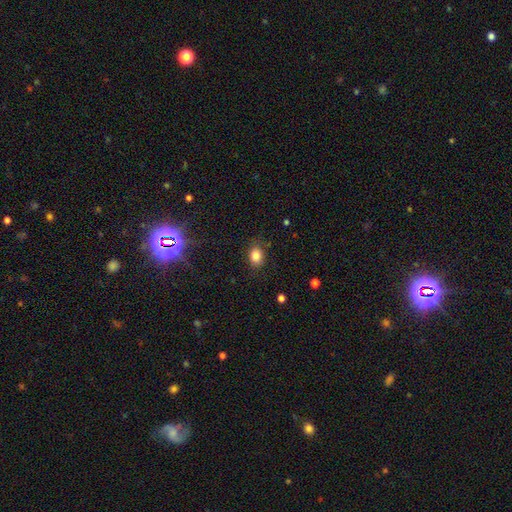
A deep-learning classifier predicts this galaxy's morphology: Overall: smooth (83%). How rounded: in between (64%; round 35%). Merging: none (82%).